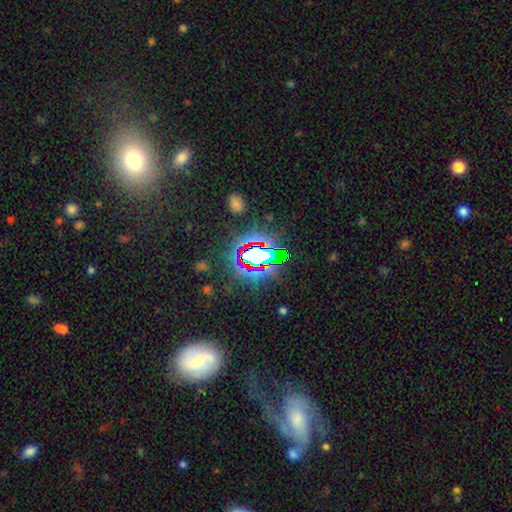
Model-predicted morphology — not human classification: Smooth or featured? Predicted: star or artifact (p=0.70).